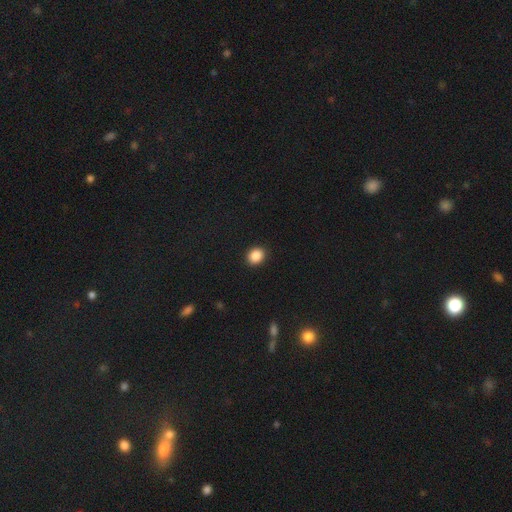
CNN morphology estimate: Smooth or featured? Predicted: smooth (p=0.88). How rounded? Predicted: round (p=0.60). Merging? Predicted: none (p=0.91).